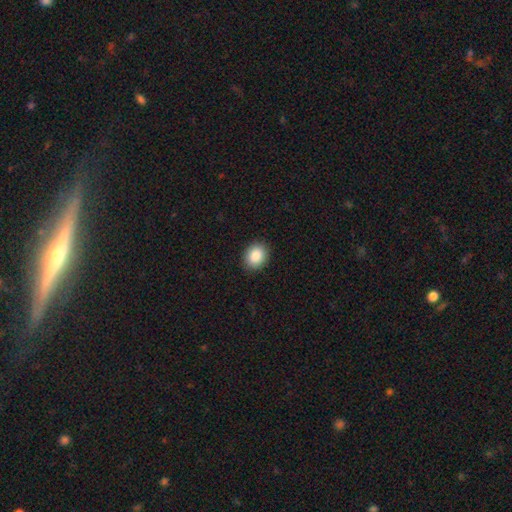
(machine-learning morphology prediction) smooth 88%, star or artifact 8%, featured or disk 4%. Down the decision tree: how rounded — in between (51%); merging — none (90%).